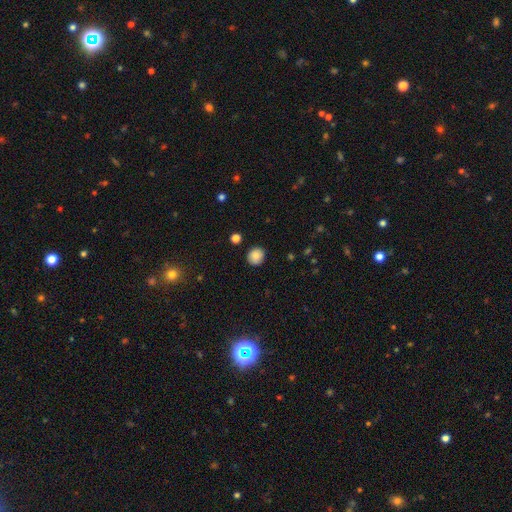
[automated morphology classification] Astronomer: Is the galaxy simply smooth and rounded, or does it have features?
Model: smooth — 86%.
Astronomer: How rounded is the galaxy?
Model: round — 87%.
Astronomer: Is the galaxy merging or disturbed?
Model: none — 89%.